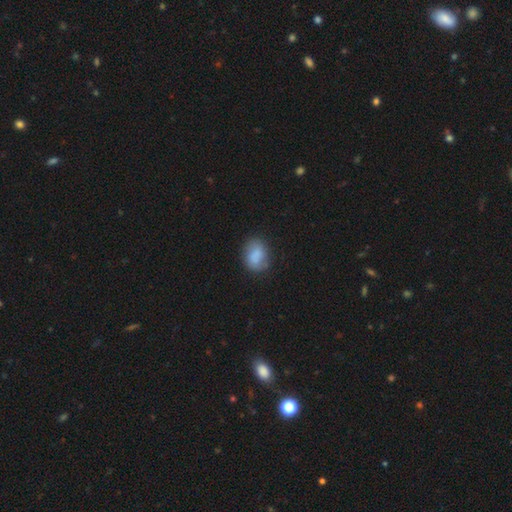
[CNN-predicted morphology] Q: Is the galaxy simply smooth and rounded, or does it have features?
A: smooth — 79%.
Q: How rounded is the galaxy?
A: in between — 58%.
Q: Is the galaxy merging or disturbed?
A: none — 71%.